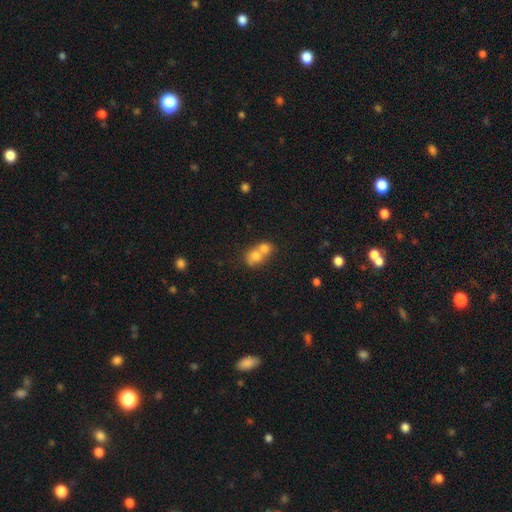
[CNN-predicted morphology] type=smooth (71%); roundness=round (59%); merging=merger (72%).